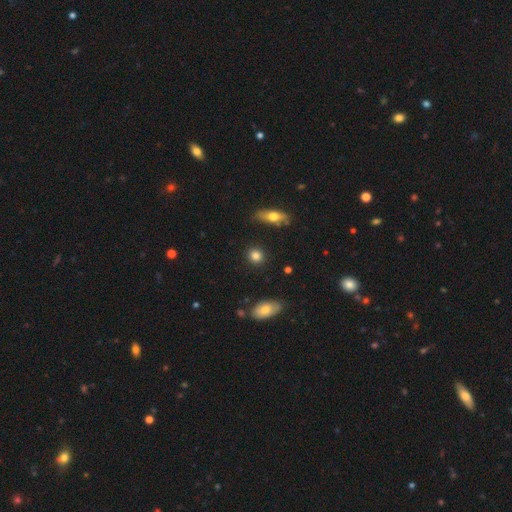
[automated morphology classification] Smooth or featured? smooth (84%)
How rounded? round (82%)
Merging? none (88%)